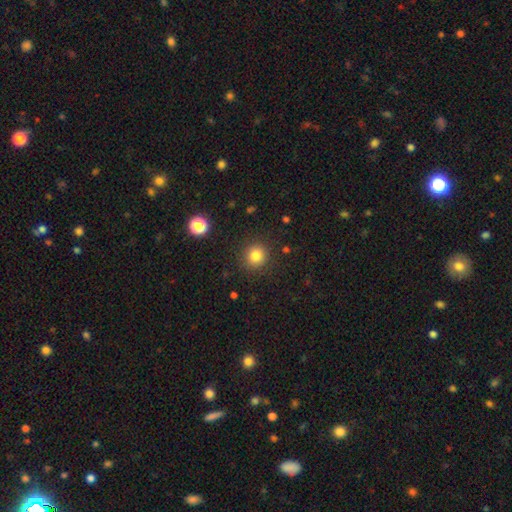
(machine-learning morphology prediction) Overall: smooth (82%). How rounded: round (91%). Merging: none (89%).